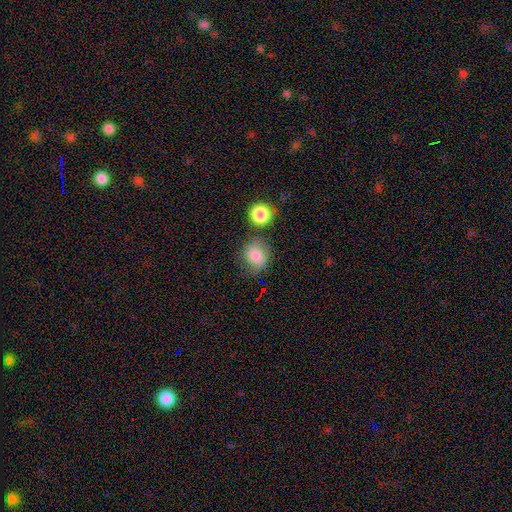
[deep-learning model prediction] Smooth or featured? smooth (77%)
How rounded? round (67%)
Merging? none (62%)